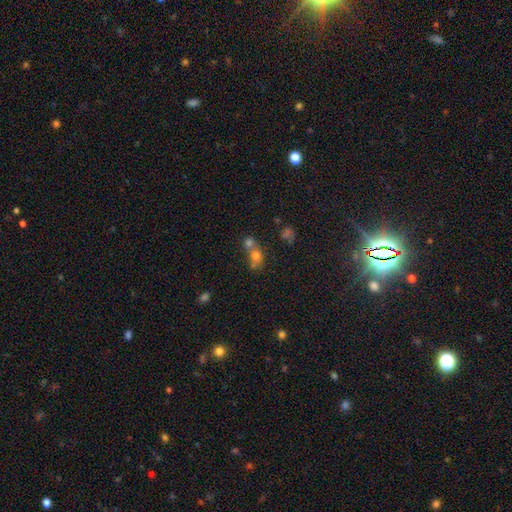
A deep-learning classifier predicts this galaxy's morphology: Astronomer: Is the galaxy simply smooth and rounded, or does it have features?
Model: smooth — 69%.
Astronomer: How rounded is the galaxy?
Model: round — 58% (runner-up: in between, 40%).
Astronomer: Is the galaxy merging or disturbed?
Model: merger — 61%.